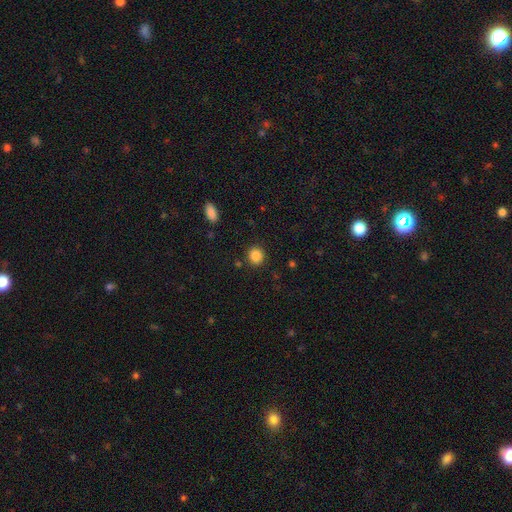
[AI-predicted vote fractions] This appears to be a smooth galaxy with no disk features (87%) that is round (87%). Merging: none (88%).